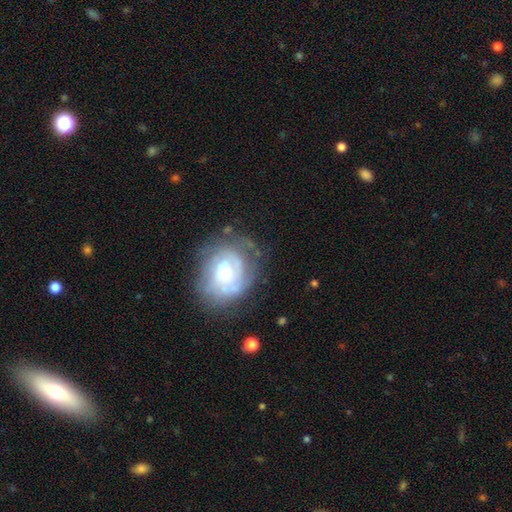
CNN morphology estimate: smooth_or_featured: featured or disk (p=0.55) [alt: smooth p=0.27]
disk_edge_on: no (p=0.95) [alt: yes p=0.05]
bar: no (p=0.69) [alt: weak p=0.24]
has_spiral_arms: yes (p=0.71) [alt: no p=0.29]
bulge_size: moderate (p=0.47) [alt: small p=0.31]
merging: none (p=0.71) [alt: minor disturbance p=0.17]